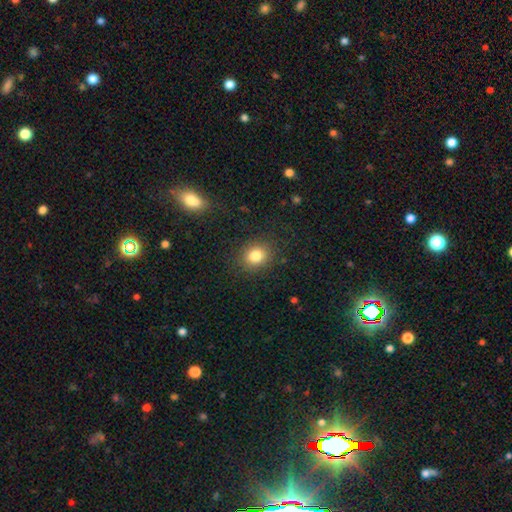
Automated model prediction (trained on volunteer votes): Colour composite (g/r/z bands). It shows a smooth galaxy with no disk features (82%) that is round (65%). Merging: none (86%).